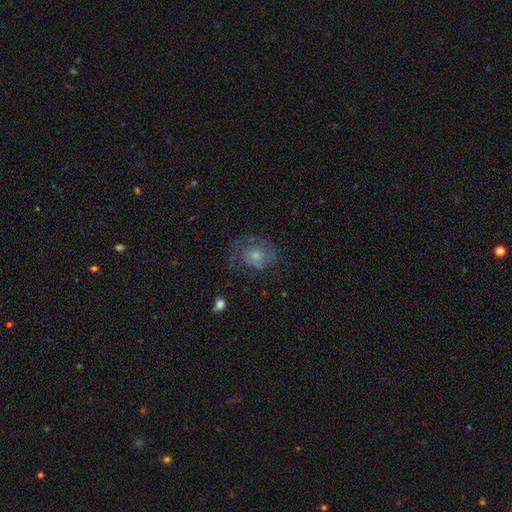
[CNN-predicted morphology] Q: Smooth or featured?
A: featured or disk (47%); runner-up: smooth (38%)
Q: Merging?
A: none (58%); runner-up: minor disturbance (21%)